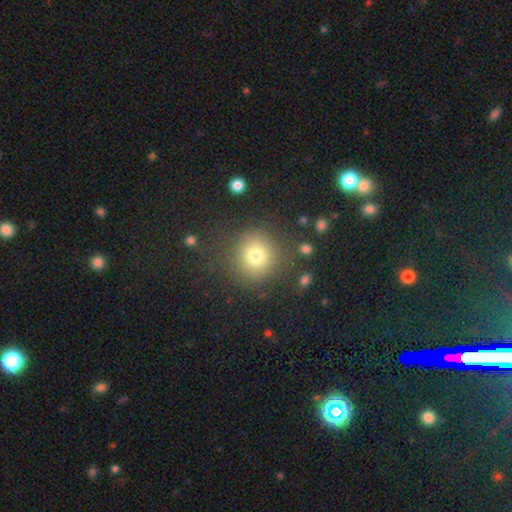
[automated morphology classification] Overall: smooth (77%). How rounded: round (91%). Merging: none (82%).